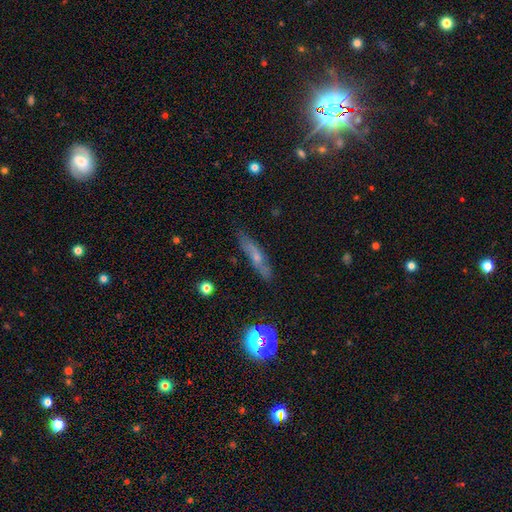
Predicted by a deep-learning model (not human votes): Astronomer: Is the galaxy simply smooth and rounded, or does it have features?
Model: smooth — 47% (runner-up: featured or disk, 41%).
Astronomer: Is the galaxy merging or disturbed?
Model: none — 79%.